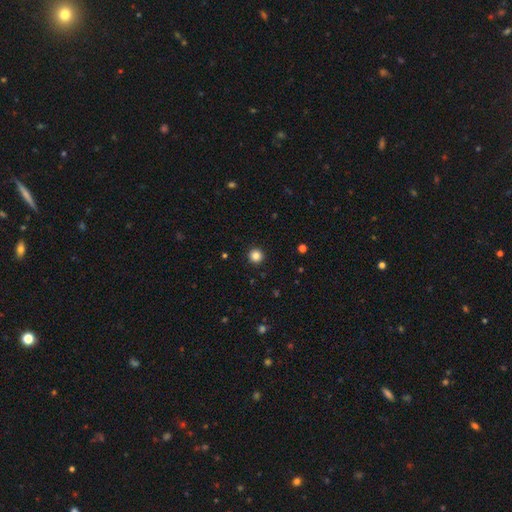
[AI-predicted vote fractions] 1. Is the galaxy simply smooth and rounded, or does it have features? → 84% smooth, 12% star or artifact, 4% featured or disk.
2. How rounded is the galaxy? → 96% round, 3% in between, 1% cigar-shaped.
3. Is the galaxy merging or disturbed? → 93% none, 4% minor disturbance, 2% major disturbance, 1% merger.